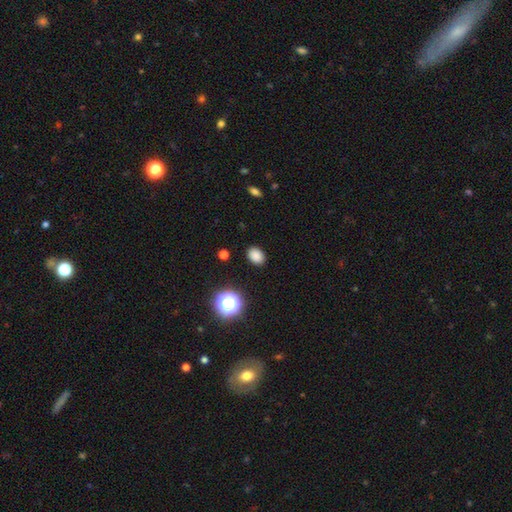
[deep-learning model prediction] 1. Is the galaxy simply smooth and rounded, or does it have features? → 84% smooth, 13% star or artifact, 4% featured or disk.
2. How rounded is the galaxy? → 66% in between, 33% round, 1% cigar-shaped.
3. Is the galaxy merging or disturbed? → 88% none, 8% minor disturbance, 2% major disturbance, 1% merger.